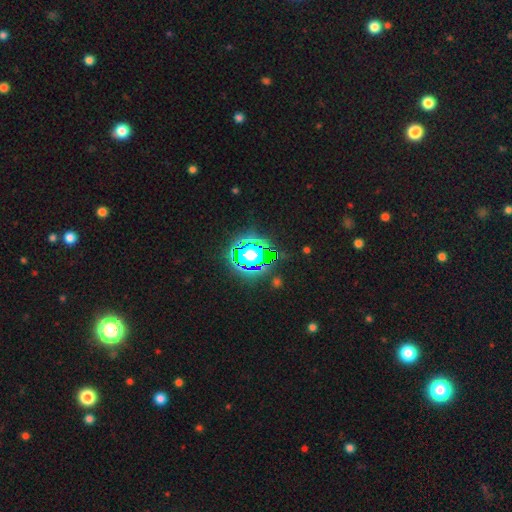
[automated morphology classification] star or artifact 80%, smooth 13%, featured or disk 7%.